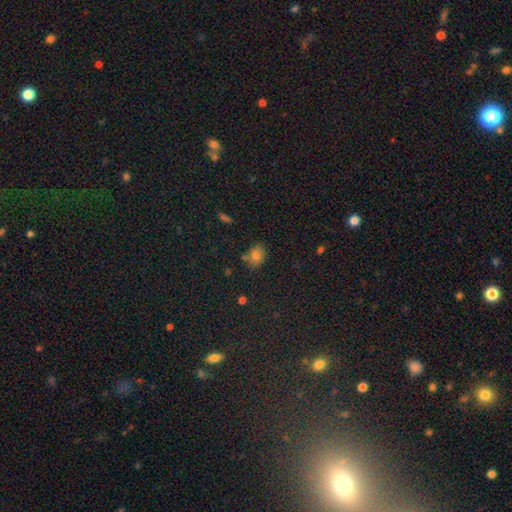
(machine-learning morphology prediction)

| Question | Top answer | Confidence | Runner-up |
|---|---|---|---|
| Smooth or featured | smooth | 77% | star or artifact (14%) |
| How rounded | in between | 58% | round (40%) |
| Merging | none | 73% | minor disturbance (17%) |